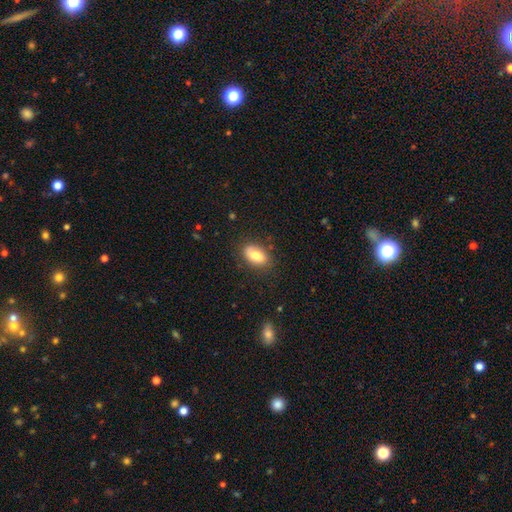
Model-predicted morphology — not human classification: A smooth galaxy with no disk features (75%) that is in between round and cigar-shaped (89%).

Vote fractions:
- Smooth or featured? smooth: 75% / featured or disk: 17% / star or artifact: 8%
- How rounded? in between: 89% / round: 9% / cigar-shaped: 2%
- Merging? none: 78% / minor disturbance: 16% / major disturbance: 4% / merger: 2%